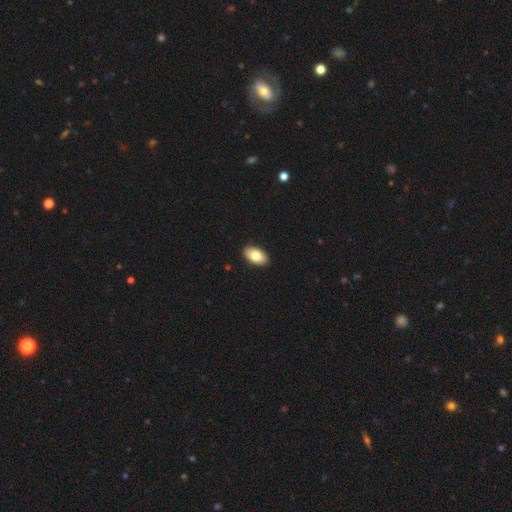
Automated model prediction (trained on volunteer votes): smooth_or_featured: smooth (p=0.80) [alt: featured or disk p=0.13]
how_rounded: in between (p=0.94) [alt: round p=0.04]
merging: none (p=0.90) [alt: minor disturbance p=0.07]